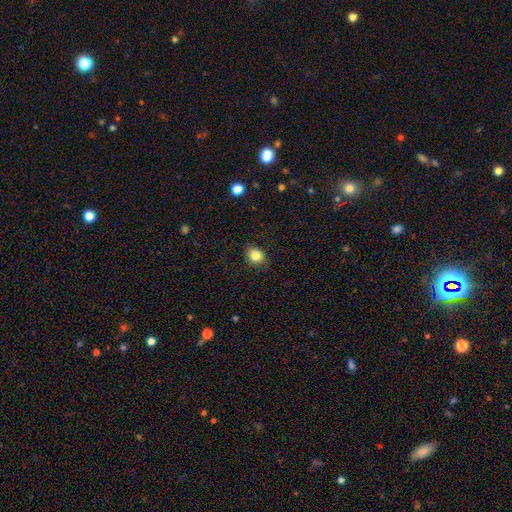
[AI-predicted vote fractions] smooth-or-featured: smooth: 84% | star or artifact: 10% | featured or disk: 6%
  how-rounded: round: 62% | in between: 37% | cigar-shaped: 1%
  merging: none: 86% | minor disturbance: 11% | major disturbance: 3% | merger: 1%